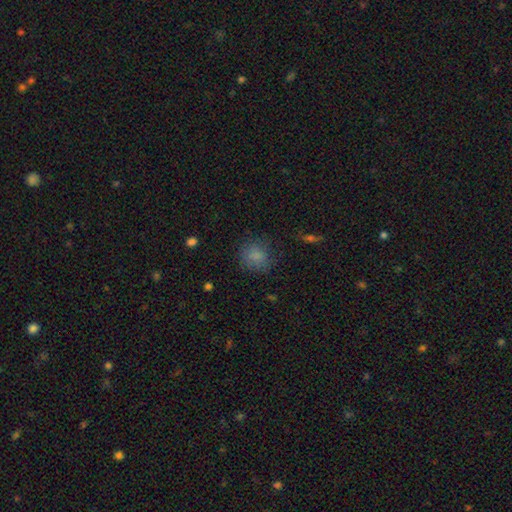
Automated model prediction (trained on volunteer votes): Smooth or featured? smooth (83%)
How rounded? round (82%)
Merging? none (77%)